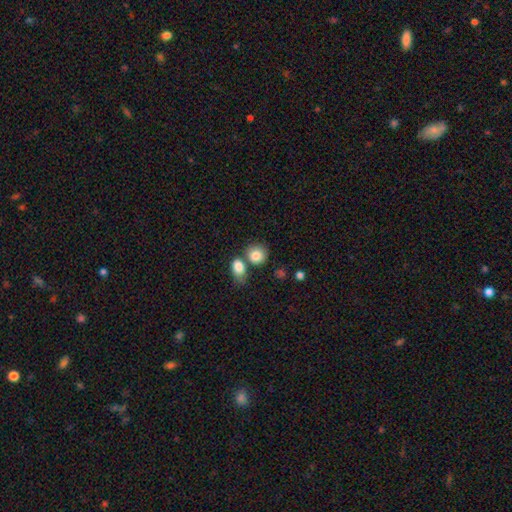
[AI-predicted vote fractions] The model was most divided on "merging": none: 51%, merger: 33%, minor disturbance: 11%, major disturbance: 4%. More confident: smooth or featured — smooth (84%); how rounded — round (75%).